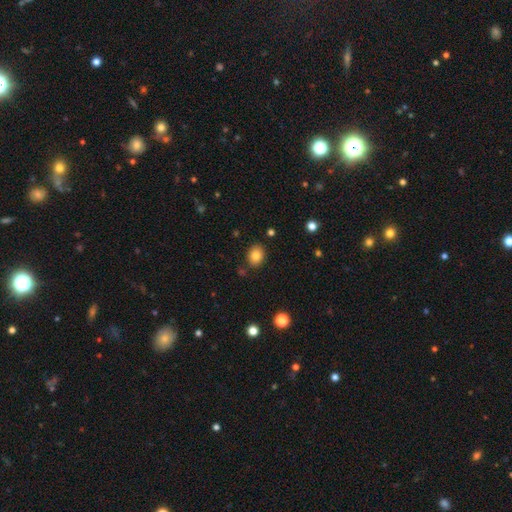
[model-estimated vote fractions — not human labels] smooth_or_featured: smooth (p=0.82) [alt: star or artifact p=0.10]
how_rounded: in between (p=0.54) [alt: round p=0.45]
merging: none (p=0.85) [alt: minor disturbance p=0.10]